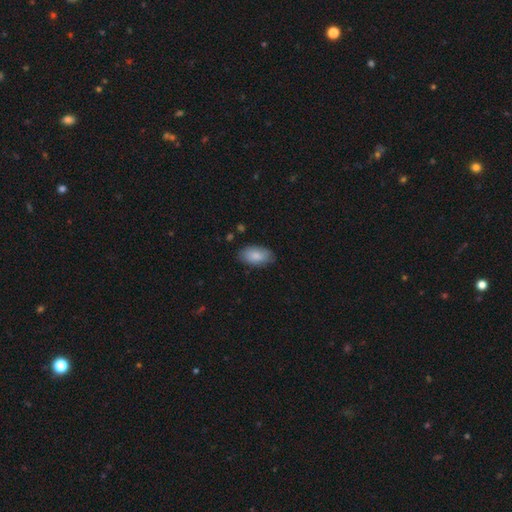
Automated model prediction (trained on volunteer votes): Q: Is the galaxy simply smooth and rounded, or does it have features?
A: smooth — 85%.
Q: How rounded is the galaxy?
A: in between — 95%.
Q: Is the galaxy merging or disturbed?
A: none — 81%.